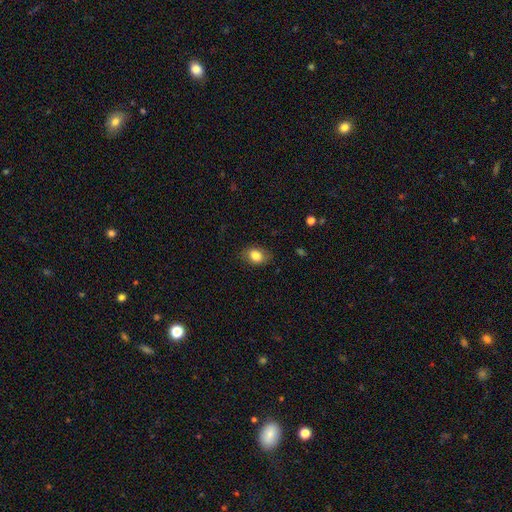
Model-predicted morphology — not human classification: Smooth or featured: smooth — 83% (star or artifact — 9%)
How rounded: in between — 72% (round — 27%)
Merging: none — 81% (minor disturbance — 14%)